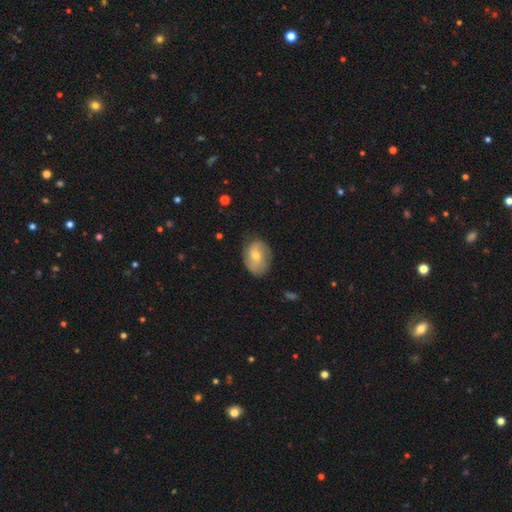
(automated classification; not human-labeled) smooth 48%, featured or disk 44%, star or artifact 8%. Down the decision tree: merging — none (70%).